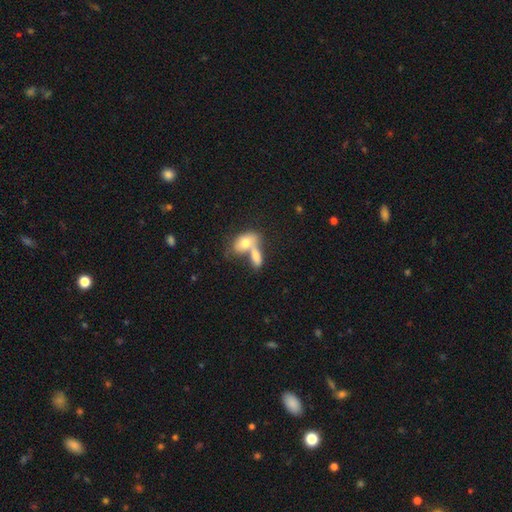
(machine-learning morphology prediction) smooth 75%, featured or disk 18%, star or artifact 7%. Down the decision tree: how rounded — in between (85%); merging — merger (68%).